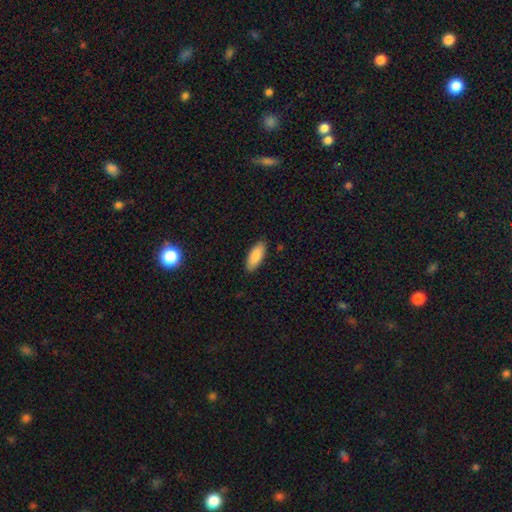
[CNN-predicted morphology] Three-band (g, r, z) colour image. It shows a smooth galaxy with no disk features (87%) that is in between round and cigar-shaped (80%). Merging: none (88%).